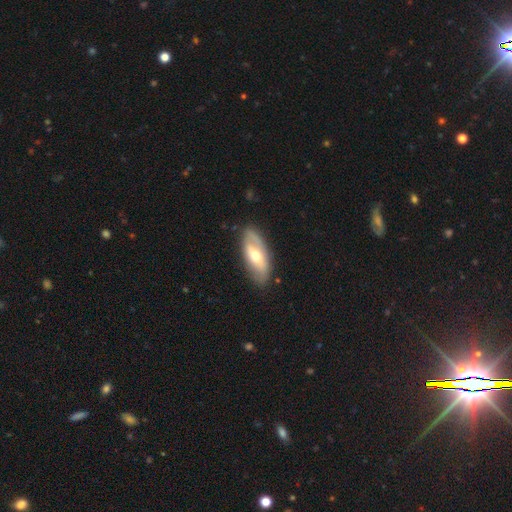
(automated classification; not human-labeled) Smooth or featured? featured or disk (53%)
Edge-on disk? no (80%)
Merging? none (79%)